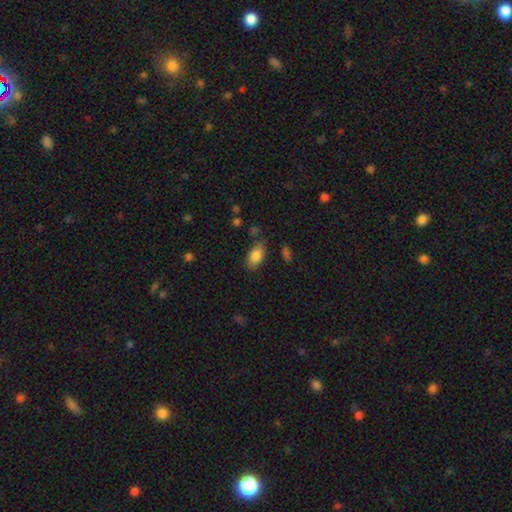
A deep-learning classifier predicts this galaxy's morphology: A smooth galaxy with no disk features (85%) that is in between round and cigar-shaped (92%). Merging: none (75%).